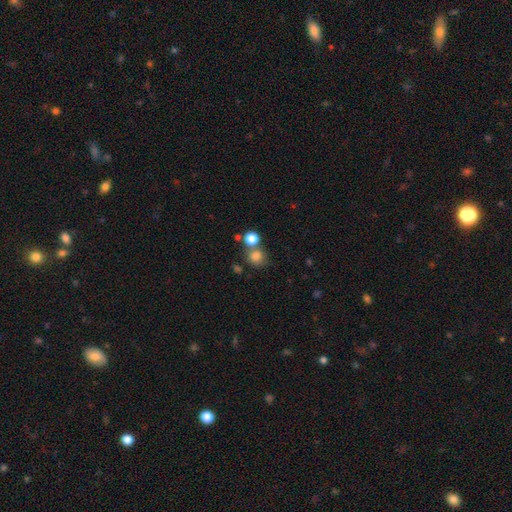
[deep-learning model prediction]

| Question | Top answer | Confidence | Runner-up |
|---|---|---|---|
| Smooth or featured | smooth | 80% | star or artifact (13%) |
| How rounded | round | 83% | in between (16%) |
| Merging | none | 58% | merger (28%) |